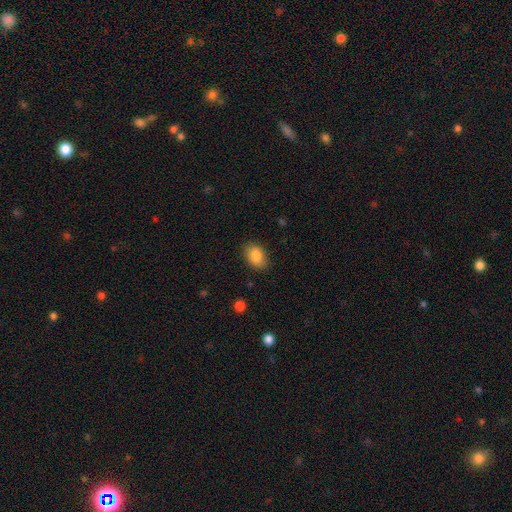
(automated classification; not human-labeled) Overall: smooth (86%). How rounded: in between (82%). Merging: none (83%).